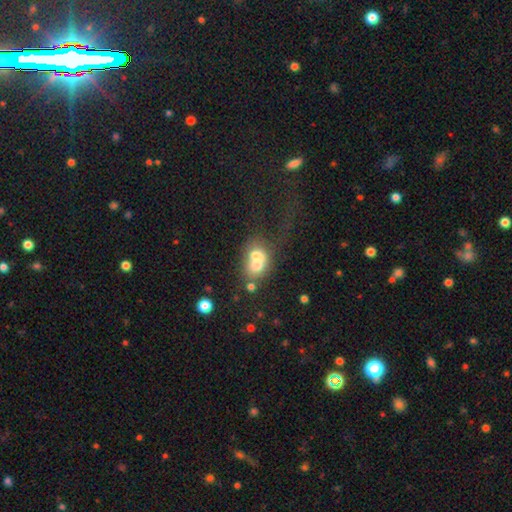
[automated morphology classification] smooth 60%, featured or disk 29%, star or artifact 11%. Down the decision tree: how rounded — round (49%, tied with in between); merging — merger (68%).